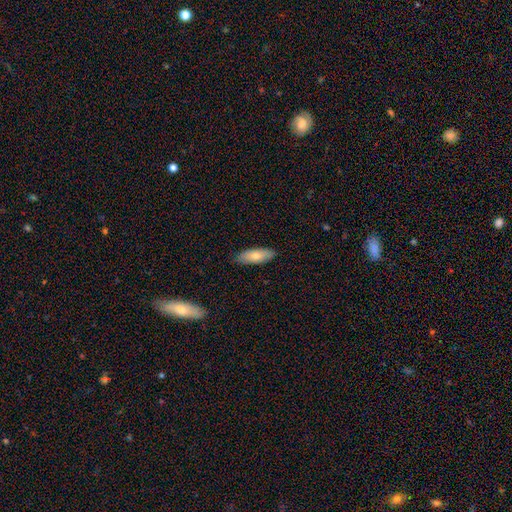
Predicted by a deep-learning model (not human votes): A smooth galaxy with no disk features (73%) that is in between round and cigar-shaped (71%). Merging: none (86%).